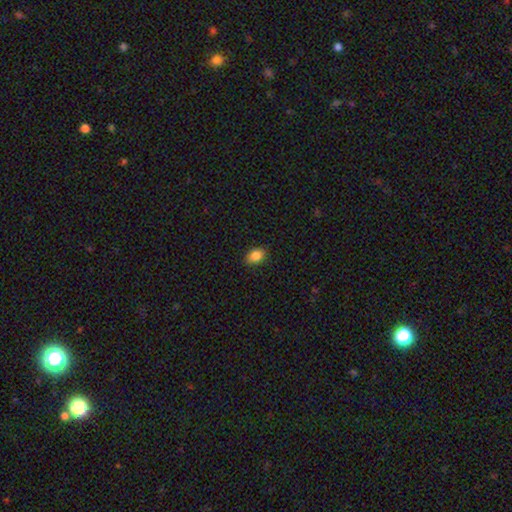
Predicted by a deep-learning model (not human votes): Smooth or featured? smooth (86%)
How rounded? in between (74%)
Merging? none (86%)